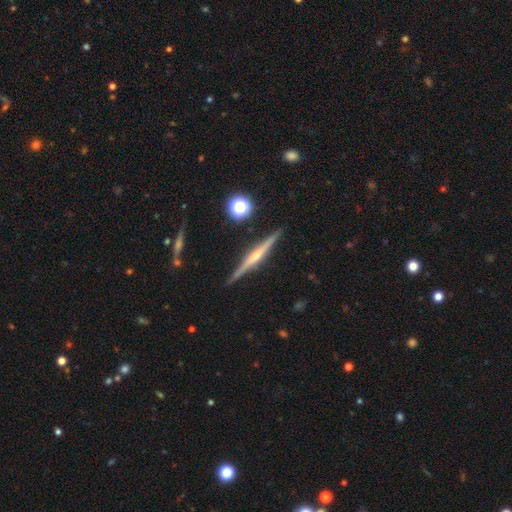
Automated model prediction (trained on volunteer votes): The model was most divided on "edge-on bulge": rounded: 74%, none: 18%, boxy: 8%. More confident: edge-on disk — yes (98%); merging — none (90%); smooth or featured — featured or disk (77%).